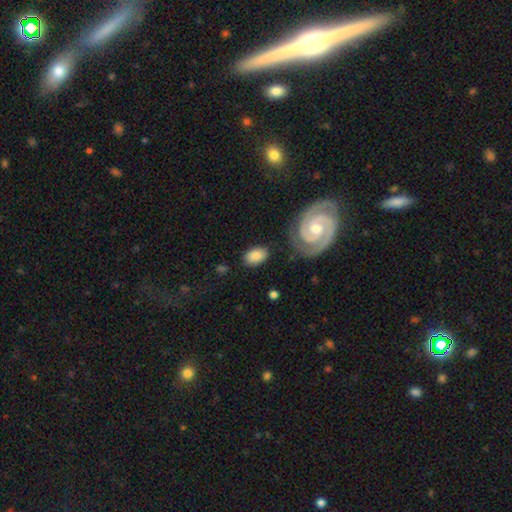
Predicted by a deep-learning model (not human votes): A smooth galaxy with no disk features (73%) that is in between round and cigar-shaped (88%).

Vote fractions:
- Smooth or featured? smooth: 73% / featured or disk: 21% / star or artifact: 6%
- How rounded? in between: 88% / round: 10% / cigar-shaped: 2%
- Merging? none: 78% / minor disturbance: 14% / major disturbance: 5% / merger: 3%